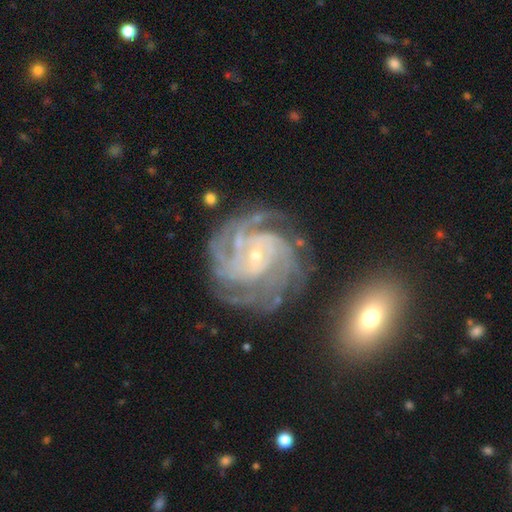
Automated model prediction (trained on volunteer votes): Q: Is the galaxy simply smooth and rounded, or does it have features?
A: featured or disk — 91%.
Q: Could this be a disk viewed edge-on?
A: no — 98%.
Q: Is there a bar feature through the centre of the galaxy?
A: no — 53%.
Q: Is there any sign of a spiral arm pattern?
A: yes — 98%.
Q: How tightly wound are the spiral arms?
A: tight — 67%.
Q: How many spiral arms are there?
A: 4 — 32%.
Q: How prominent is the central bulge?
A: small — 78%.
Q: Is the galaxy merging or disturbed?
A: none — 67%.